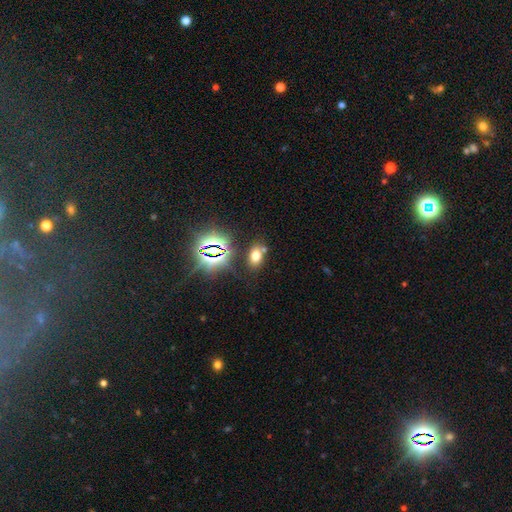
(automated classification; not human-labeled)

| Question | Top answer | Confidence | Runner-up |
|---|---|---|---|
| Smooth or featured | smooth | 64% | star or artifact (26%) |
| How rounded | in between | 82% | round (16%) |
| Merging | none | 73% | merger (11%) |